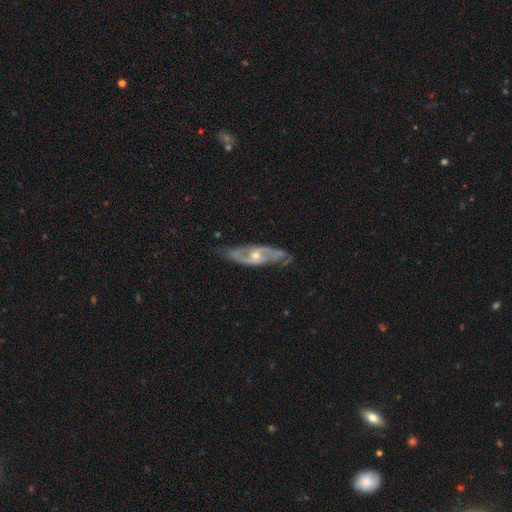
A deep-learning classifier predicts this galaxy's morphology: Smooth or featured? featured or disk (82%)
Edge-on disk? no (79%)
Bar? no (60%)
Spiral arms? yes (85%)
Spiral winding? medium (45%)
Spiral arm count? 2 (73%)
Bulge size? moderate (54%)
Merging? none (73%)